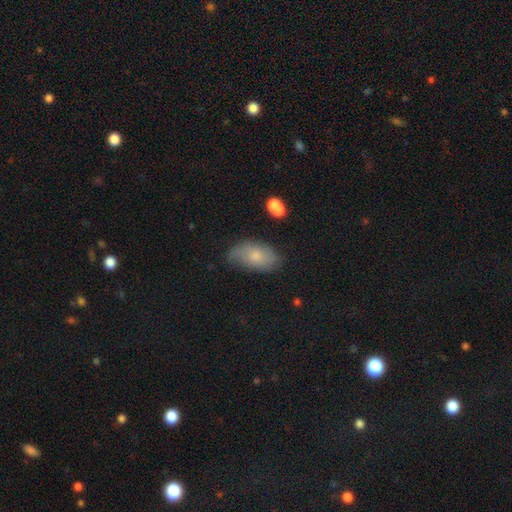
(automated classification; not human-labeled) The model was most divided on "merging": none: 62%, minor disturbance: 28%, major disturbance: 7%, merger: 2%. More confident: how rounded — in between (93%); smooth or featured — smooth (66%).